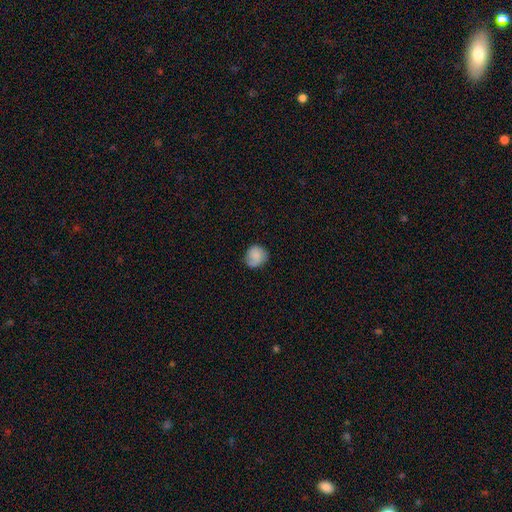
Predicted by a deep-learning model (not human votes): smooth 80%, featured or disk 12%, star or artifact 8%. Down the decision tree: how rounded — round (83%); merging — none (69%).